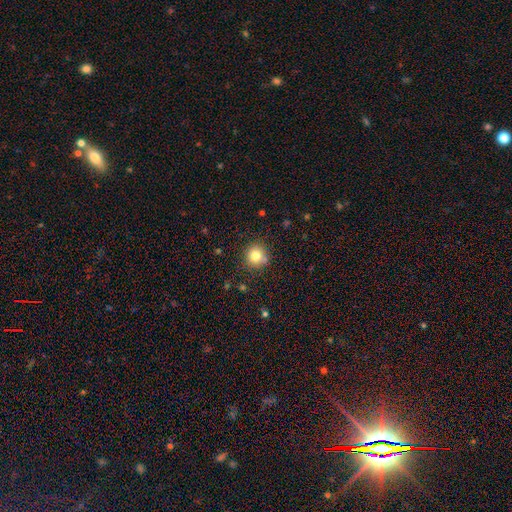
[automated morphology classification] Q: Smooth or featured?
A: smooth (80%); runner-up: star or artifact (12%)
Q: How rounded?
A: round (92%); runner-up: in between (7%)
Q: Merging?
A: none (84%); runner-up: minor disturbance (10%)